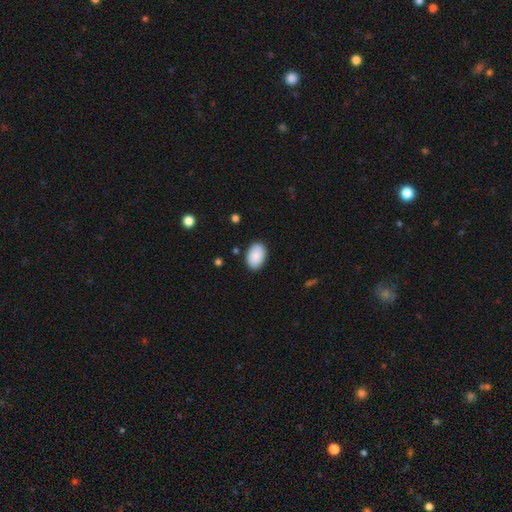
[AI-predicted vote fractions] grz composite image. It shows a smooth galaxy with no disk features (90%) that is in between round and cigar-shaped (91%). Merging: none (88%).